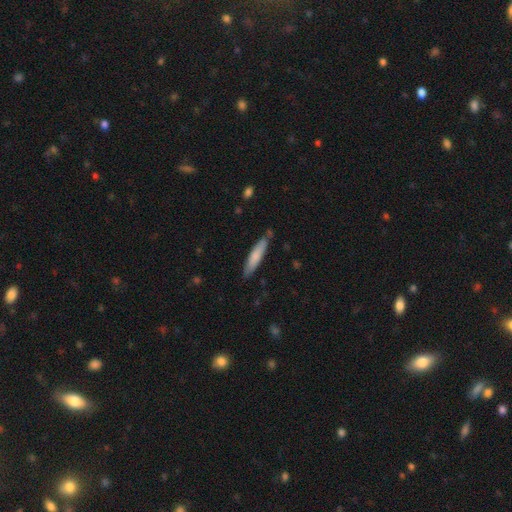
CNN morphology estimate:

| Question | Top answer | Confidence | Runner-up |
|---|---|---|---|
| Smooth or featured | smooth | 77% | featured or disk (18%) |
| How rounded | cigar-shaped | 84% | in between (15%) |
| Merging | none | 79% | minor disturbance (15%) |